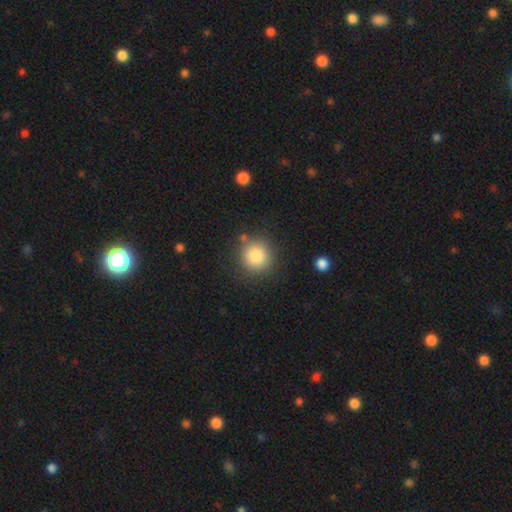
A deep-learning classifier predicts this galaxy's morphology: type=smooth (85%); roundness=round (91%); merging=none (83%).